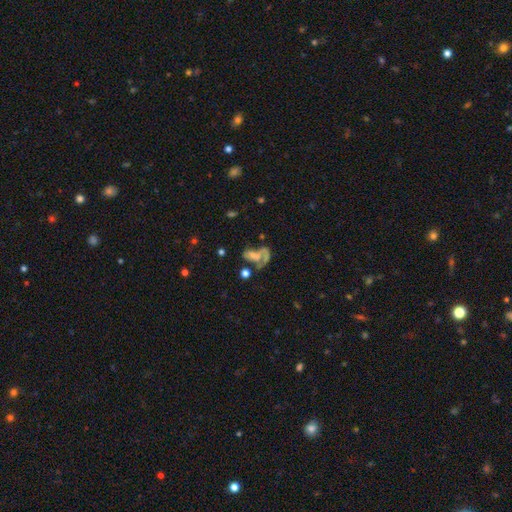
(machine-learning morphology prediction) A featured or disk galaxy (49%). Merging: merger (34%, tied with major disturbance).